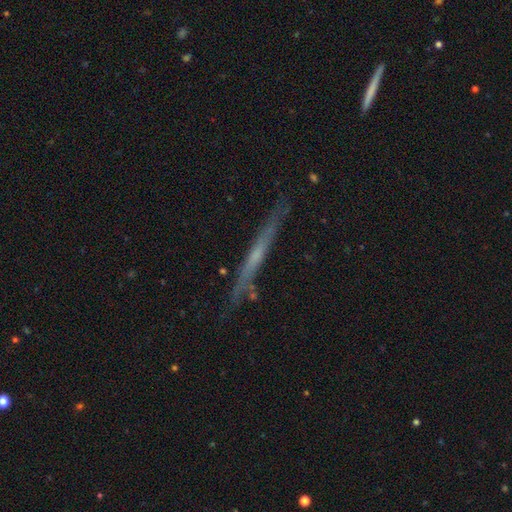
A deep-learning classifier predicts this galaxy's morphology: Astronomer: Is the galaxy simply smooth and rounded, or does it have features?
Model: featured or disk — 63%.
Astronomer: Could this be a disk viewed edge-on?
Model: yes — 94%.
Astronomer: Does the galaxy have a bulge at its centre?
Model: none — 69%.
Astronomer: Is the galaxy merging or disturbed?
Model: none — 80%.